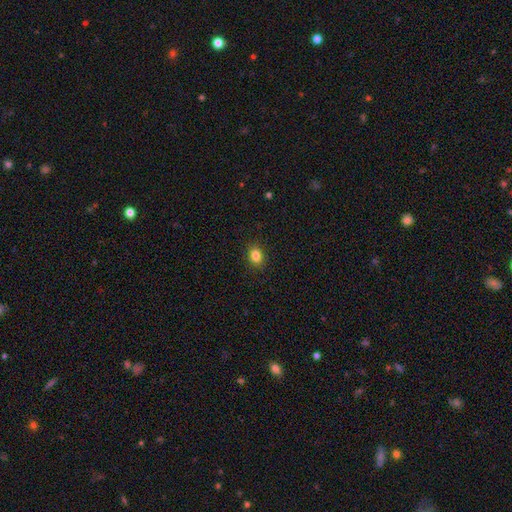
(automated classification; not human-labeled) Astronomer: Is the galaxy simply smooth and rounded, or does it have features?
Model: smooth — 84%.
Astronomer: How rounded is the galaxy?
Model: in between — 54% (runner-up: round, 45%).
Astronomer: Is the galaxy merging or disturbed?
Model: none — 90%.